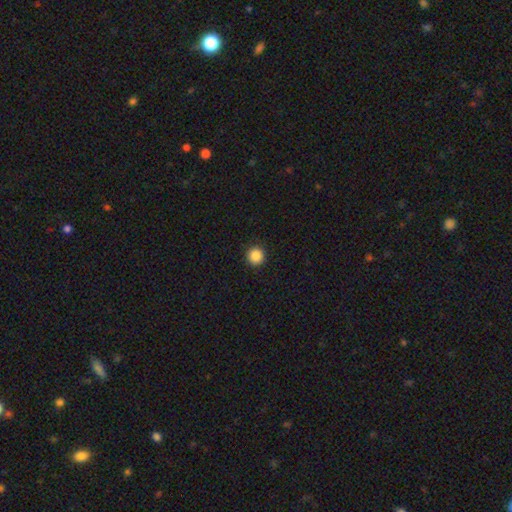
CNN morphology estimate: type=smooth (87%); roundness=round (96%); merging=none (93%).